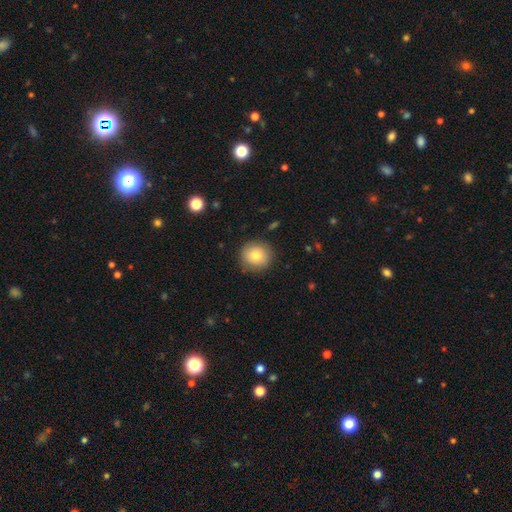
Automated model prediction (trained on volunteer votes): Smooth or featured? Predicted: smooth (p=0.81). How rounded? Predicted: round (p=0.89). Merging? Predicted: none (p=0.86).